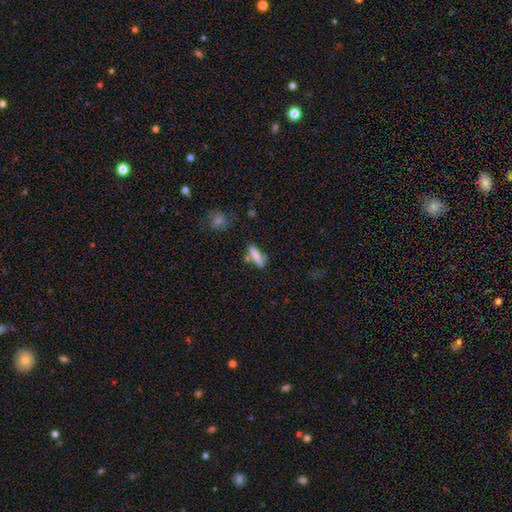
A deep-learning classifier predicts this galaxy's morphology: The model was most divided on "smooth or featured": smooth: 72%, featured or disk: 20%, star or artifact: 8%. More confident: how rounded — cigar-shaped (78%); merging — none (69%).